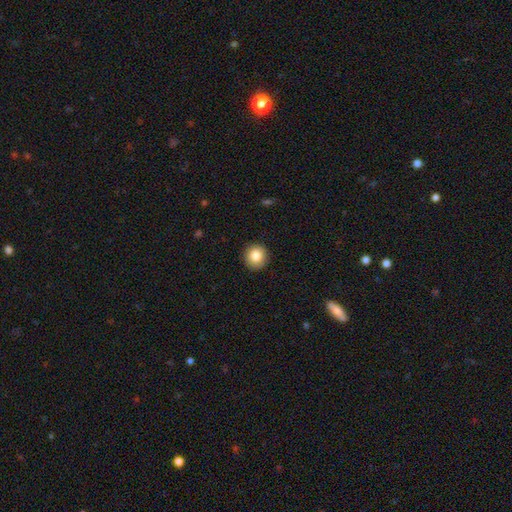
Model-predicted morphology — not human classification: Smooth or featured: smooth — 84% (star or artifact — 9%)
How rounded: round — 93% (in between — 6%)
Merging: none — 92% (minor disturbance — 6%)